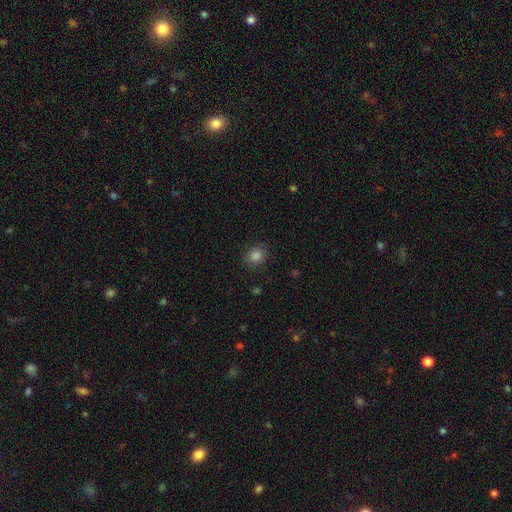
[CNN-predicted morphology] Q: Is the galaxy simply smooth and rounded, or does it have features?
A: smooth — 84%.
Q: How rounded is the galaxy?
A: round — 56%.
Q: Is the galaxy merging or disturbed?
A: none — 84%.